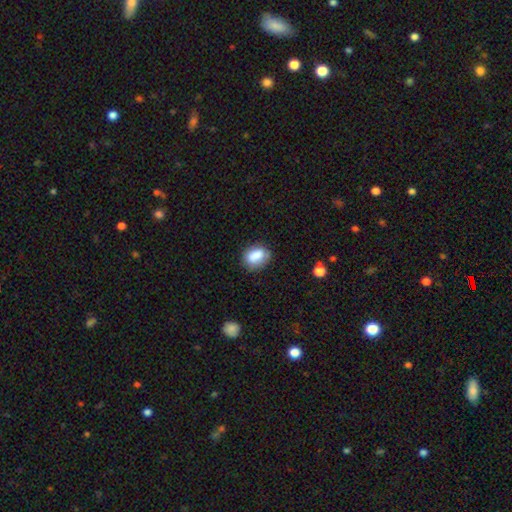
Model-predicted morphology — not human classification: Overall: smooth (82%). How rounded: in between (71%). Merging: none (73%).